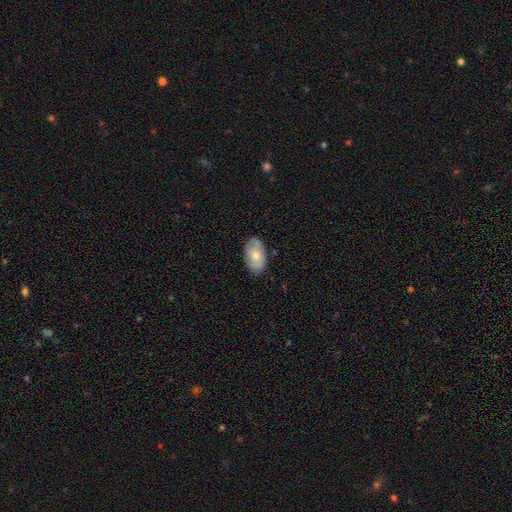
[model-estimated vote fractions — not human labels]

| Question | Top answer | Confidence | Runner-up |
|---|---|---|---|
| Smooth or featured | smooth | 71% | featured or disk (23%) |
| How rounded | in between | 93% | round (5%) |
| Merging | none | 81% | minor disturbance (15%) |